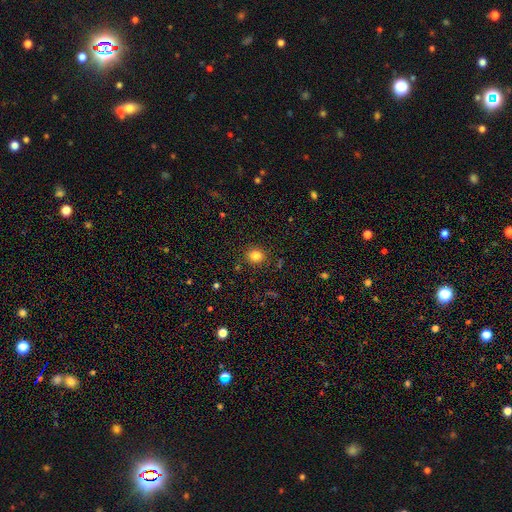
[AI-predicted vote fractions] smooth-or-featured: smooth: 82% | star or artifact: 12% | featured or disk: 5%
  how-rounded: round: 74% | in between: 25% | cigar-shaped: 1%
  merging: none: 87% | minor disturbance: 8% | major disturbance: 3% | merger: 2%